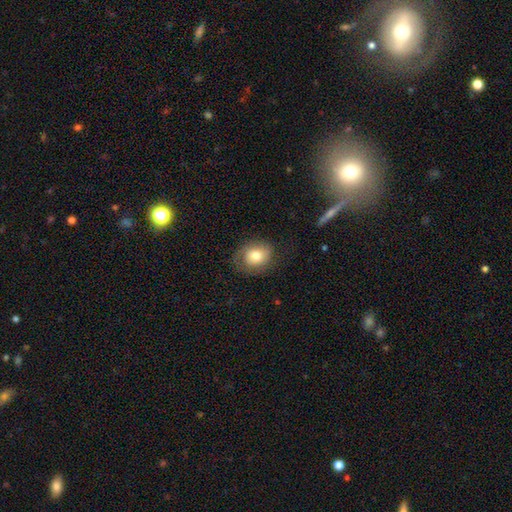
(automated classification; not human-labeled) Smooth or featured? Predicted: smooth (p=0.73). How rounded? Predicted: round (p=0.55). Merging? Predicted: none (p=0.66).